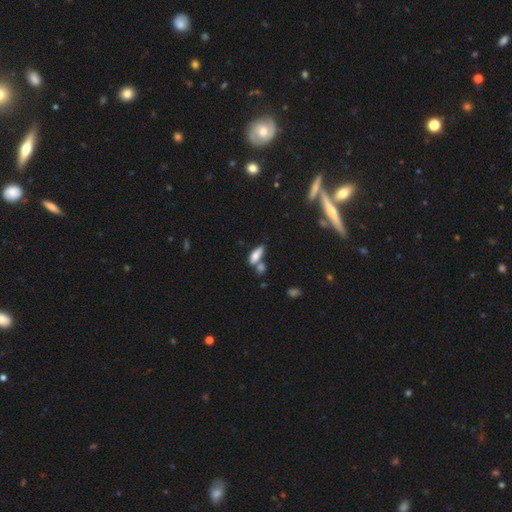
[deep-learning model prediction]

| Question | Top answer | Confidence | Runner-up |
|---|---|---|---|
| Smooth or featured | smooth | 70% | featured or disk (21%) |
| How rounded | in between | 64% | cigar-shaped (33%) |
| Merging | none | 46% | merger (36%) |